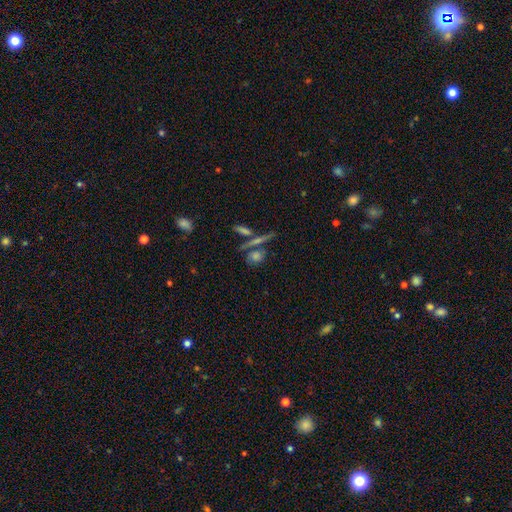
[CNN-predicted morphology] This appears to be a smooth galaxy with no disk features (53%) that is round (43%). Merging: none (58%).